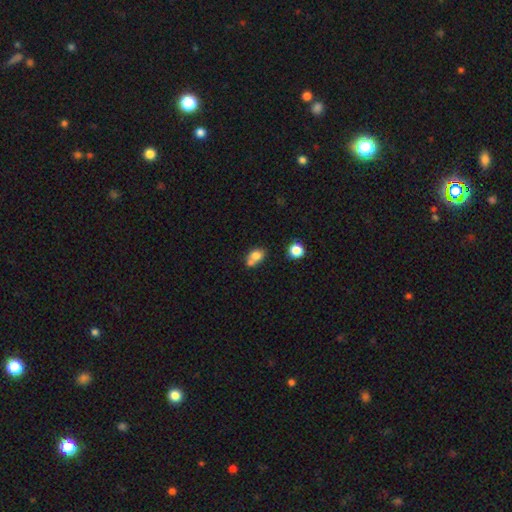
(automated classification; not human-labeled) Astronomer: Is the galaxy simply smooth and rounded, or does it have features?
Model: smooth — 74%.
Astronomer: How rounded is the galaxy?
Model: in between — 50% (runner-up: round, 48%).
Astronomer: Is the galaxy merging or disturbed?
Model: merger — 46% (runner-up: none, 38%).